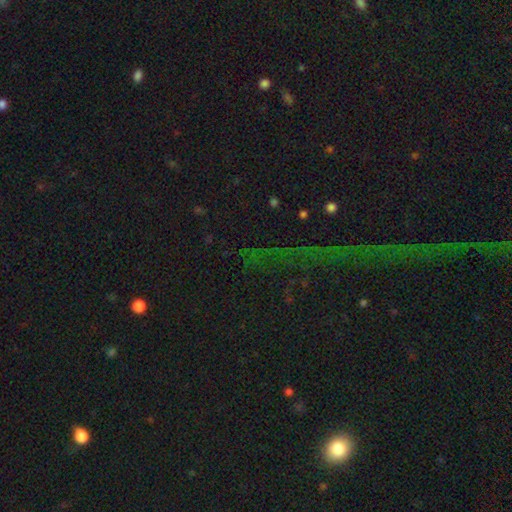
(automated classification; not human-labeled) Smooth or featured?
  - star or artifact: 77% *
  - smooth: 12%
  - featured or disk: 11%